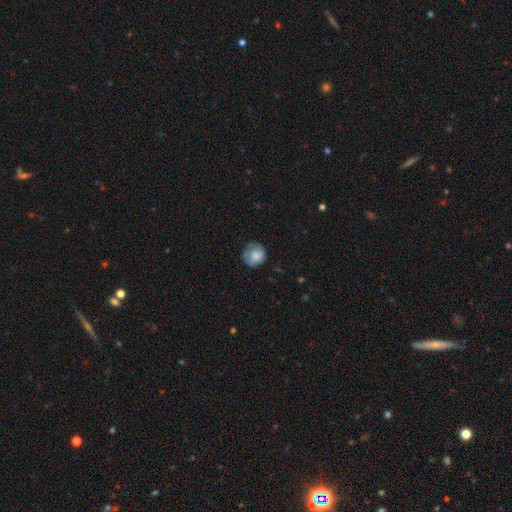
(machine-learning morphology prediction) Smooth or featured? smooth (73%)
How rounded? round (87%)
Merging? none (63%)